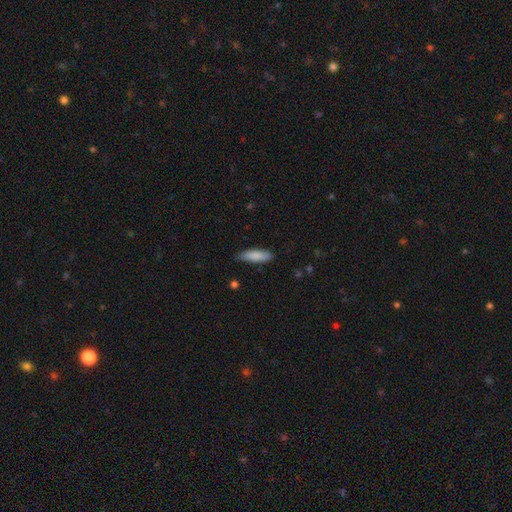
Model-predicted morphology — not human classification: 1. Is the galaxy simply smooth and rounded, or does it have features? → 85% smooth, 9% featured or disk, 6% star or artifact.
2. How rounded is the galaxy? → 53% cigar-shaped, 45% in between, 2% round.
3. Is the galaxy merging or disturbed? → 79% none, 17% minor disturbance, 2% major disturbance, 1% merger.